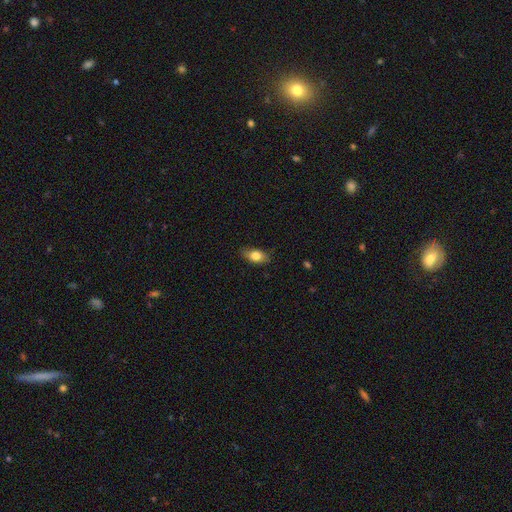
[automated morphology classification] smooth_or_featured: smooth (p=0.78) [alt: featured or disk p=0.15]
how_rounded: in between (p=0.87) [alt: round p=0.08]
merging: none (p=0.80) [alt: minor disturbance p=0.16]